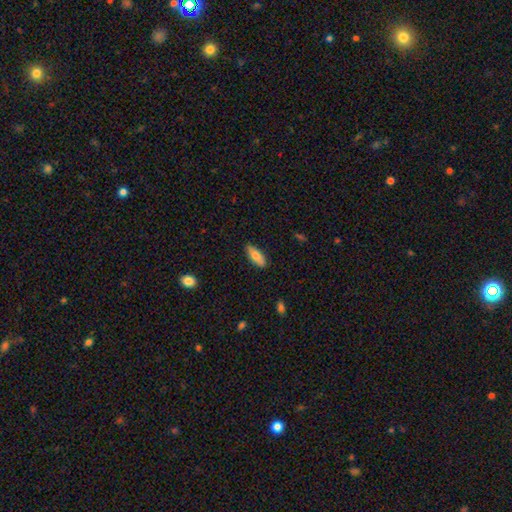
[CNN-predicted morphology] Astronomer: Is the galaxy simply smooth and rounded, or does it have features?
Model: smooth — 74%.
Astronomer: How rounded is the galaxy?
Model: in between — 75%.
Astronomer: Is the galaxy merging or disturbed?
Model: none — 85%.